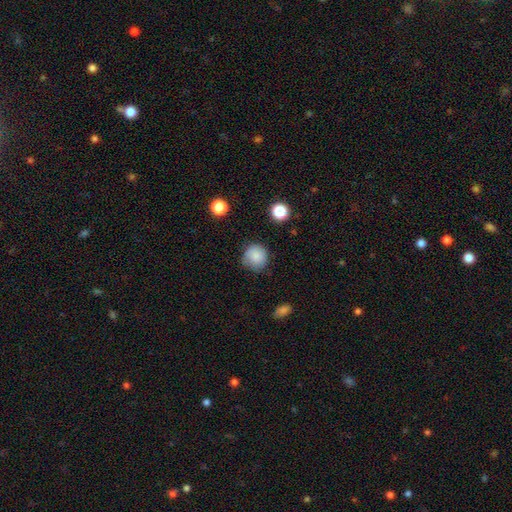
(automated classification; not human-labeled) Smooth or featured?
  - smooth: 84% *
  - star or artifact: 10%
  - featured or disk: 7%
How rounded?
  - round: 89% *
  - in between: 10%
  - cigar-shaped: 1%
Merging?
  - none: 73% *
  - minor disturbance: 21%
  - major disturbance: 5%
  - merger: 2%